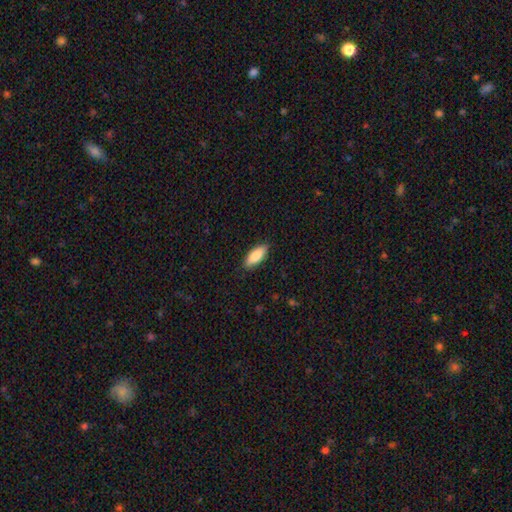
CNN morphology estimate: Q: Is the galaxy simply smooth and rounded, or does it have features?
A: smooth — 83%.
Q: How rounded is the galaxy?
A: in between — 74%.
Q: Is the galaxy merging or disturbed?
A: none — 88%.